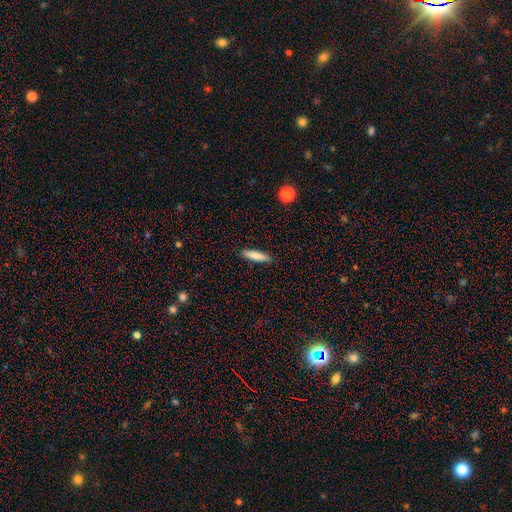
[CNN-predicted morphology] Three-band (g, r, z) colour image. It shows a smooth galaxy with no disk features (77%) that is cigar-shaped (78%). Merging: none (89%).